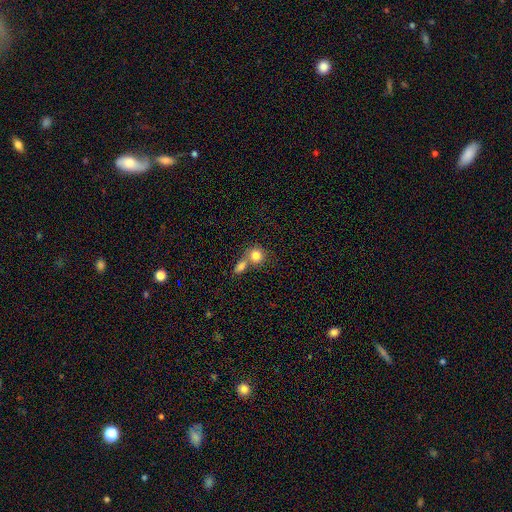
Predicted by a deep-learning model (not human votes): Smooth or featured? Predicted: smooth (p=0.82). How rounded? Predicted: round (p=0.79). Merging? Predicted: merger (p=0.48).